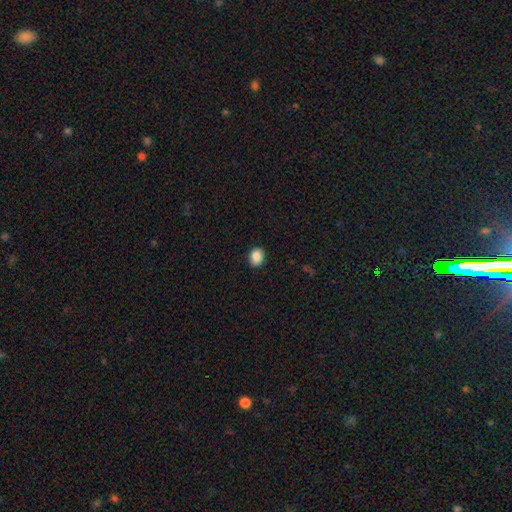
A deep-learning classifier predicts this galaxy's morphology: Overall: smooth (88%). How rounded: in between (56%; round 43%). Merging: none (88%).